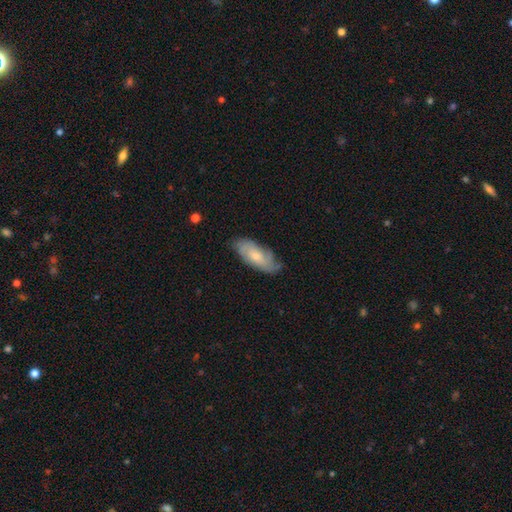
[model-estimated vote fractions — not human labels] smooth_or_featured: featured or disk (p=0.54) [alt: smooth p=0.40]
disk_edge_on: no (p=0.88) [alt: yes p=0.12]
merging: none (p=0.70) [alt: minor disturbance p=0.23]